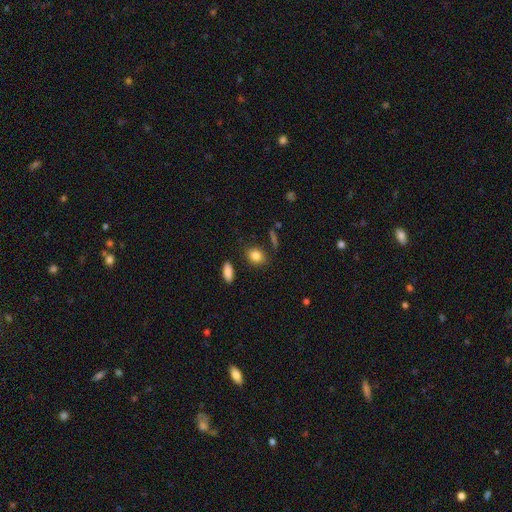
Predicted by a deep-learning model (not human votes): smooth 85%, star or artifact 9%, featured or disk 6%. Down the decision tree: how rounded — in between (60%); merging — none (83%).